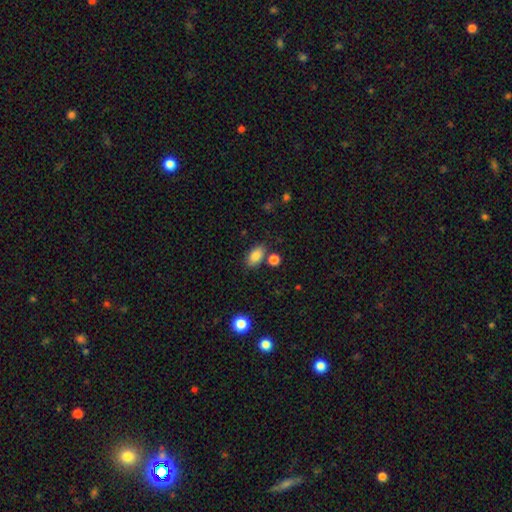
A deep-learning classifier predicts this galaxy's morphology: smooth_or_featured: smooth (p=0.85) [alt: star or artifact p=0.09]
how_rounded: in between (p=0.89) [alt: round p=0.08]
merging: none (p=0.76) [alt: minor disturbance p=0.12]